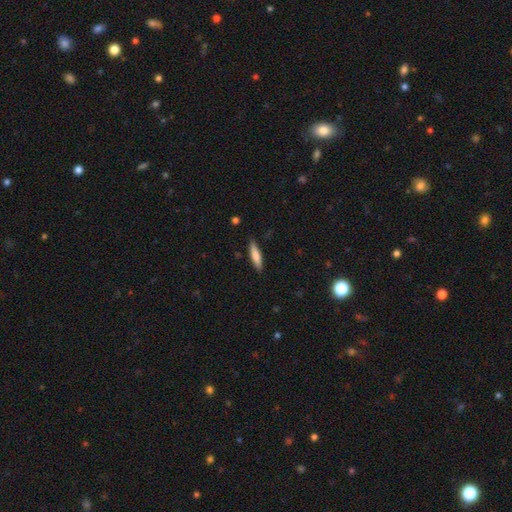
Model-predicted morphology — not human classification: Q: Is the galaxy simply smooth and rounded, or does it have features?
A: smooth — 74%.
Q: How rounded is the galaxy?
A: cigar-shaped — 80%.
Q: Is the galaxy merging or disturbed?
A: none — 88%.